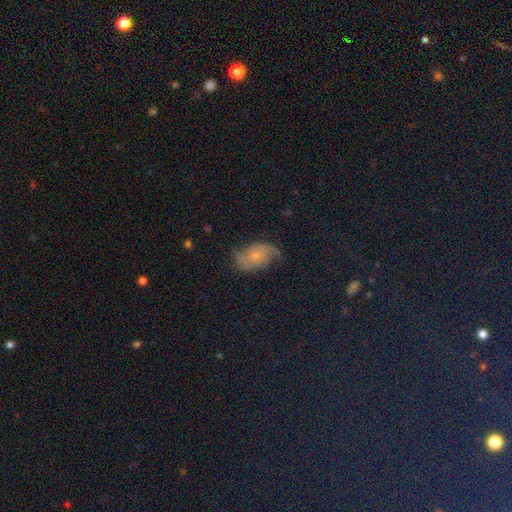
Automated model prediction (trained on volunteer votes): Smooth or featured? Predicted: featured or disk (p=0.66). Edge-on disk? Predicted: no (p=0.97). Bar? Predicted: no (p=0.72). Spiral arms? Predicted: yes (p=0.92). Spiral winding? Predicted: medium (p=0.43). Spiral arm count? Predicted: 2 (p=0.80). Bulge size? Predicted: small (p=0.58). Merging? Predicted: none (p=0.63).